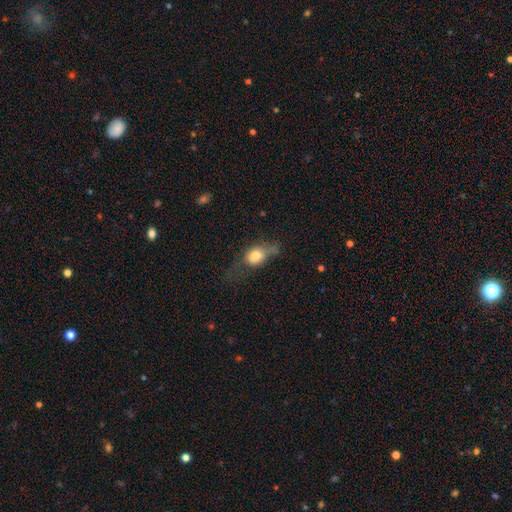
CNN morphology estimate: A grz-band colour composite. It shows a smooth galaxy with no disk features (69%) that is in between round and cigar-shaped (60%). Merging: major disturbance (36%).